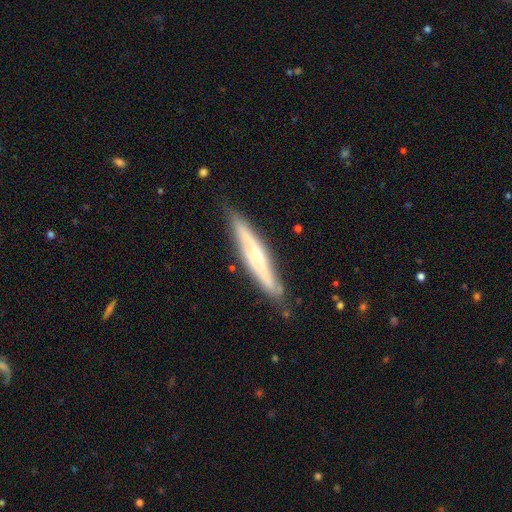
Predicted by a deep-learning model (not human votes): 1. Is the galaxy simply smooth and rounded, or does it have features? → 62% featured or disk, 32% smooth, 6% star or artifact.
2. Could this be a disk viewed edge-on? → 77% yes, 23% no.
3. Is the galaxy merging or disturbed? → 80% none, 15% minor disturbance, 3% major disturbance, 2% merger.